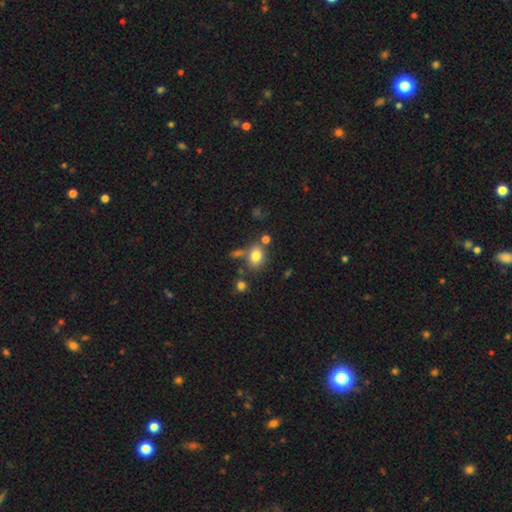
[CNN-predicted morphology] Smooth or featured: smooth — 80% (star or artifact — 11%)
How rounded: in between — 65% (round — 33%)
Merging: none — 64% (merger — 16%)